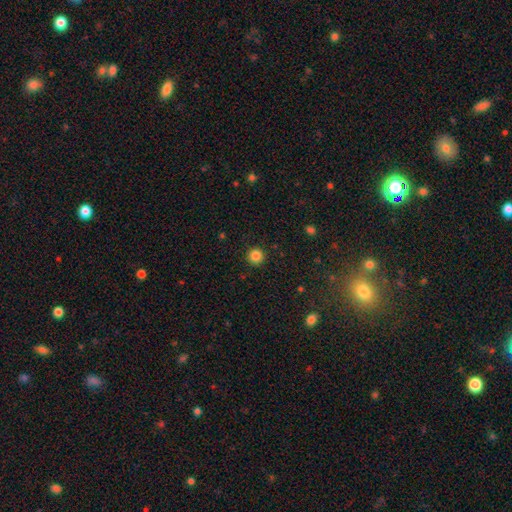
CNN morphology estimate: Smooth or featured: smooth — 85% (star or artifact — 12%)
How rounded: round — 95% (in between — 4%)
Merging: none — 92% (minor disturbance — 5%)